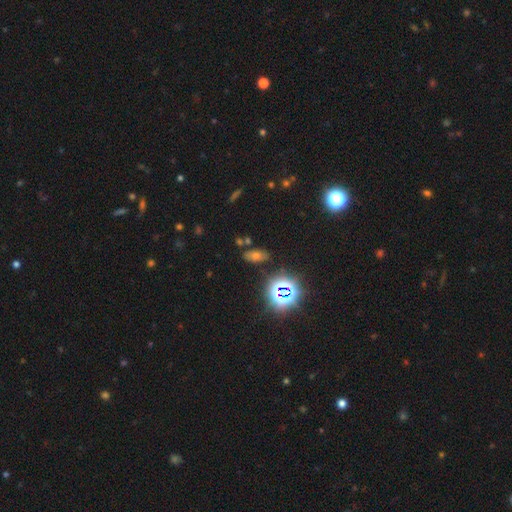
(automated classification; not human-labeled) smooth 46%, star or artifact 40%, featured or disk 14%. Down the decision tree: merging — none (78%).